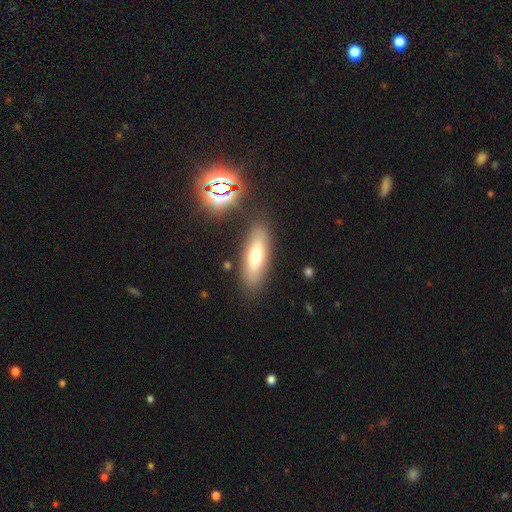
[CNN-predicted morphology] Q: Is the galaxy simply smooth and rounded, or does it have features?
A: smooth — 58%.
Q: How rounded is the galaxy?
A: in between — 58%.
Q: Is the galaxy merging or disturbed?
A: none — 83%.